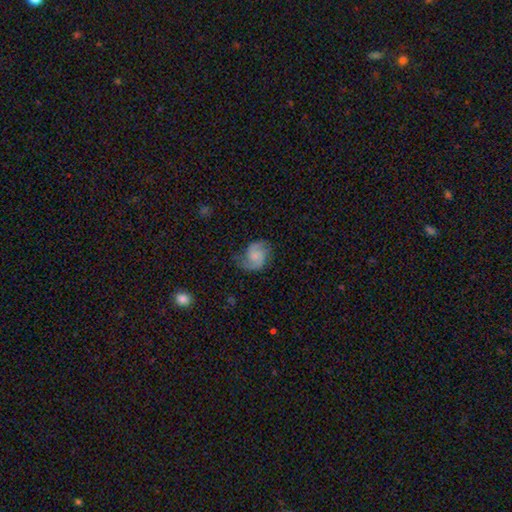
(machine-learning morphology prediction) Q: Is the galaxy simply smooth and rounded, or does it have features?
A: featured or disk — 66%.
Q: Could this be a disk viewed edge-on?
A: no — 98%.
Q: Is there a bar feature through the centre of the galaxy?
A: no — 63%.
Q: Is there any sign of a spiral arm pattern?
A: yes — 93%.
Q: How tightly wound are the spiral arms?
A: medium — 48%.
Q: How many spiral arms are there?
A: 2 — 87%.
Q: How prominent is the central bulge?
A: small — 43%.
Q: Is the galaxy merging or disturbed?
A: none — 64%.